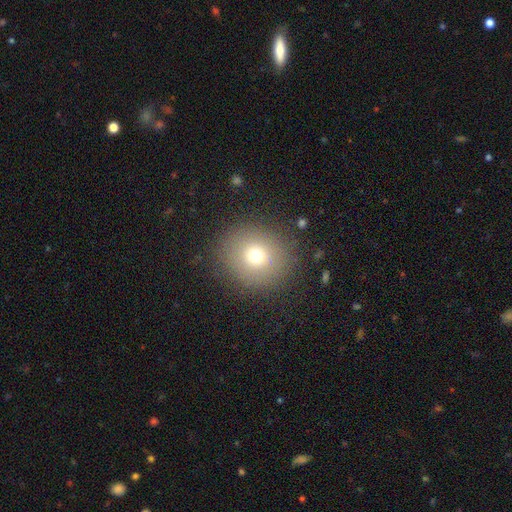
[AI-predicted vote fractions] Smooth or featured?
  - smooth: 71% *
  - star or artifact: 15%
  - featured or disk: 13%
How rounded?
  - round: 86% *
  - in between: 13%
  - cigar-shaped: 1%
Merging?
  - none: 86% *
  - minor disturbance: 8%
  - major disturbance: 4%
  - merger: 1%